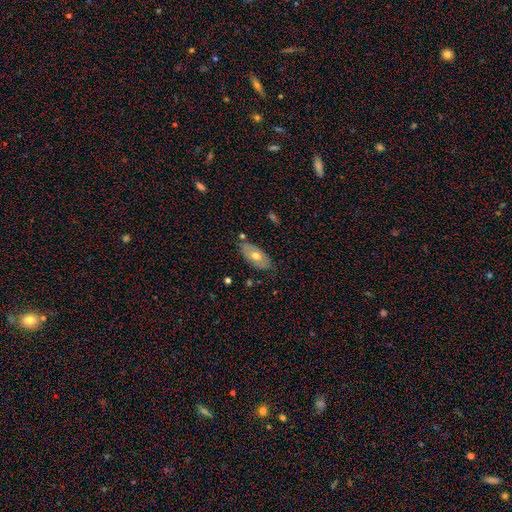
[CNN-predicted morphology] Smooth or featured? Predicted: smooth (p=0.60). How rounded? Predicted: in between (p=0.92). Merging? Predicted: none (p=0.75).